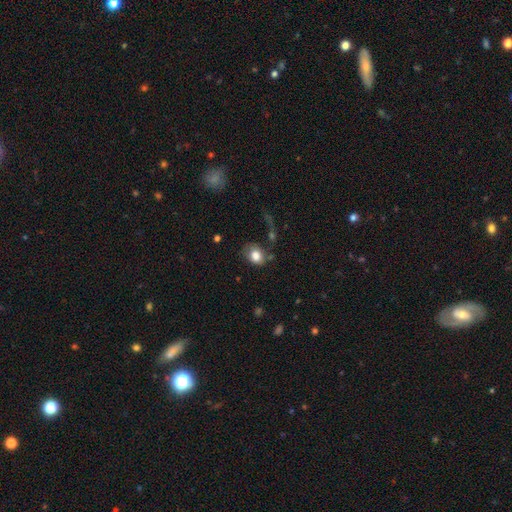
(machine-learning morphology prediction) A smooth galaxy with no disk features (80%) that is in between round and cigar-shaped (53%).

Vote fractions:
- Smooth or featured? smooth: 80% / featured or disk: 11% / star or artifact: 9%
- How rounded? in between: 53% / round: 46% / cigar-shaped: 1%
- Merging? none: 57% / minor disturbance: 23% / major disturbance: 13% / merger: 7%